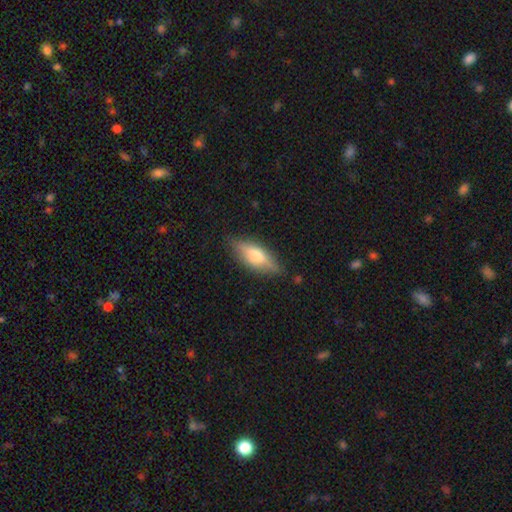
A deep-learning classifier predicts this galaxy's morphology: The model was most divided on "smooth or featured": smooth: 52%, featured or disk: 41%, star or artifact: 7%. More confident: merging — none (82%); how rounded — in between (57%).